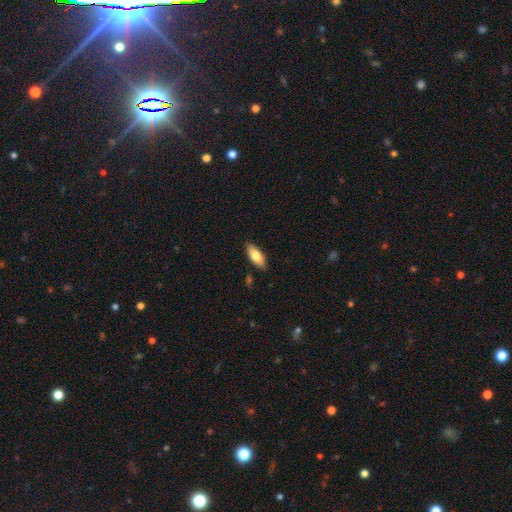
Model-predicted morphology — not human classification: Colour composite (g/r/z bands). It shows a smooth galaxy with no disk features (76%) that is in between round and cigar-shaped (76%). Merging: none (87%).